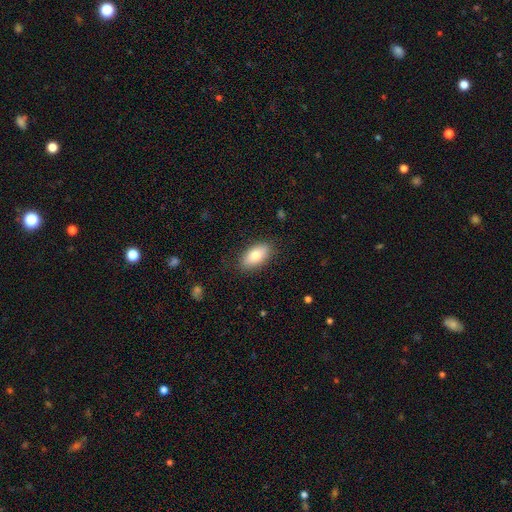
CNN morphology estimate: Overall: smooth (77%). How rounded: in between (89%). Merging: none (84%).